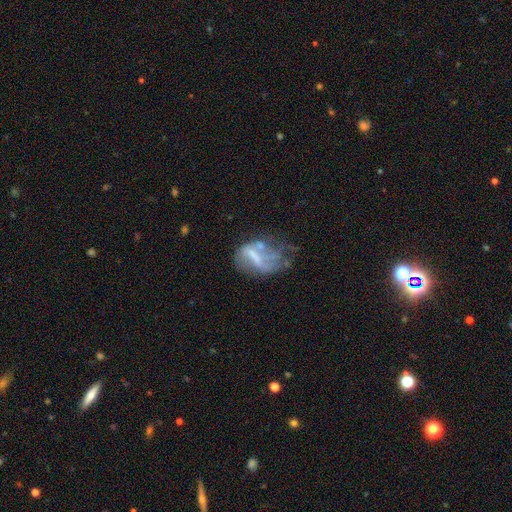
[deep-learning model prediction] Overall: featured or disk (58%; smooth 30%). Edge-on disk: no (96%). Bar: no (38%; weak 32%). Spiral arms: no (70%). Bulge size: none (50%; small 23%). Merging: major disturbance (39%; none 25%).